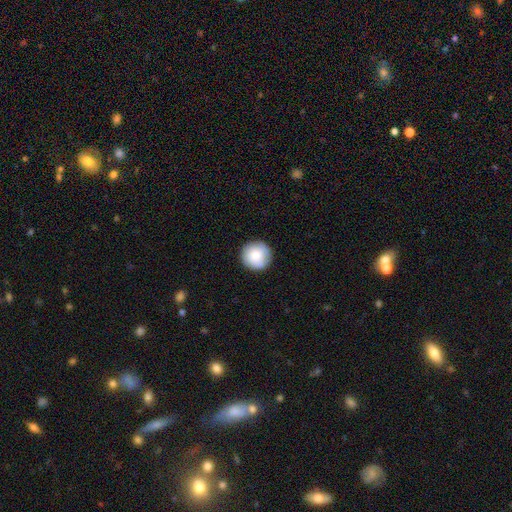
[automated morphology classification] A smooth galaxy with no disk features (81%) that is round (96%).

Vote fractions:
- Smooth or featured? smooth: 81% / featured or disk: 12% / star or artifact: 7%
- How rounded? round: 96% / in between: 4% / cigar-shaped: 1%
- Merging? none: 88% / minor disturbance: 9% / major disturbance: 2% / merger: 1%